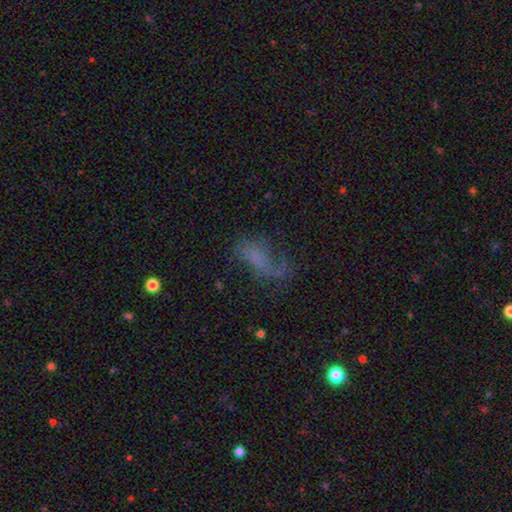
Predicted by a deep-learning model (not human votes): Morphology: type=smooth (41%); merging=none (39%).